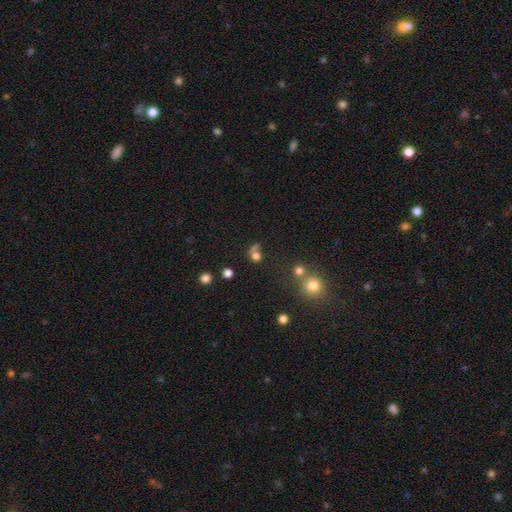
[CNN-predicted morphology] Smooth or featured? smooth (71%)
How rounded? round (72%)
Merging? none (40%)